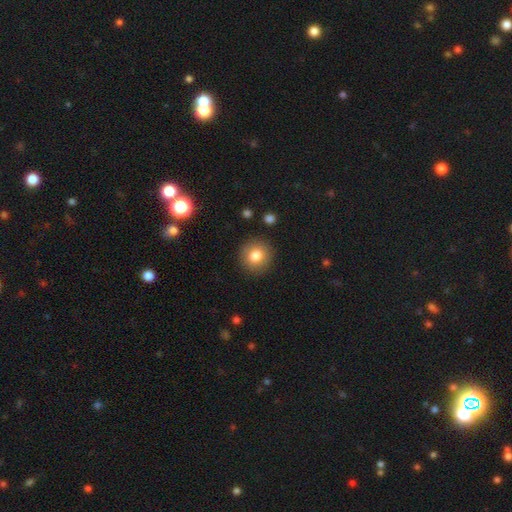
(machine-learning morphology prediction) Smooth or featured? Predicted: smooth (p=0.82). How rounded? Predicted: round (p=0.90). Merging? Predicted: none (p=0.89).